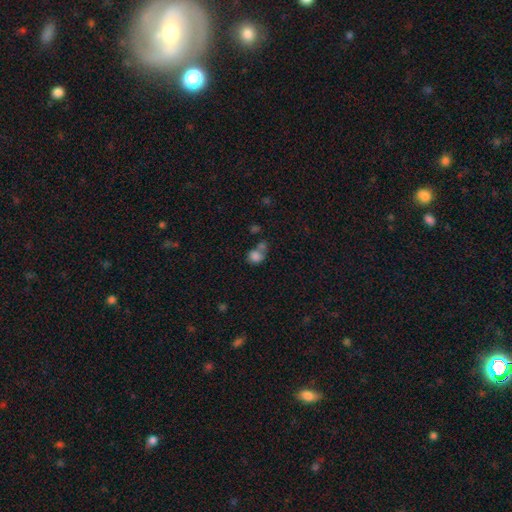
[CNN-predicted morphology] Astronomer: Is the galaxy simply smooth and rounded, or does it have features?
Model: smooth — 79%.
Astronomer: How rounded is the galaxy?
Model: round — 65%.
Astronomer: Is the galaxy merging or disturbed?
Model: merger — 45% (runner-up: none, 36%).